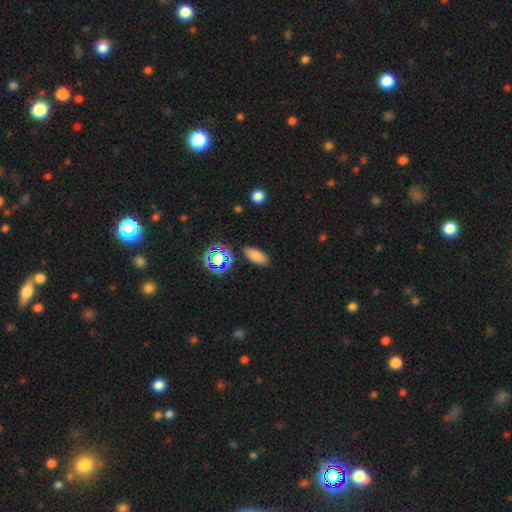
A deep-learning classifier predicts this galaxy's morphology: The model was most divided on "smooth or featured": smooth: 76%, star or artifact: 16%, featured or disk: 8%. More confident: merging — none (86%); how rounded — in between (83%).